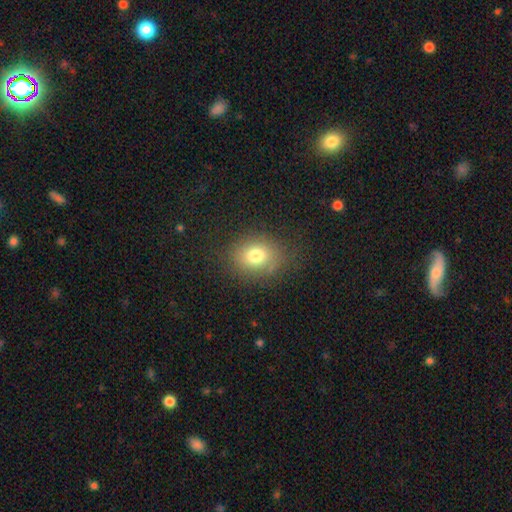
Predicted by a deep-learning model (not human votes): A smooth galaxy with no disk features (75%) that is in between round and cigar-shaped (53%).

Vote fractions:
- Smooth or featured? smooth: 75% / star or artifact: 13% / featured or disk: 12%
- How rounded? in between: 53% / round: 46% / cigar-shaped: 1%
- Merging? none: 77% / minor disturbance: 15% / major disturbance: 7% / merger: 1%